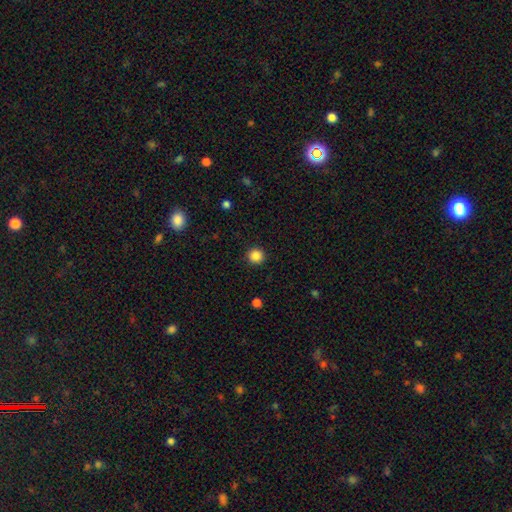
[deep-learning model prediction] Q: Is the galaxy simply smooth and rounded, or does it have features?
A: smooth — 86%.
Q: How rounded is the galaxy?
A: round — 95%.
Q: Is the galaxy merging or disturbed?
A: none — 92%.